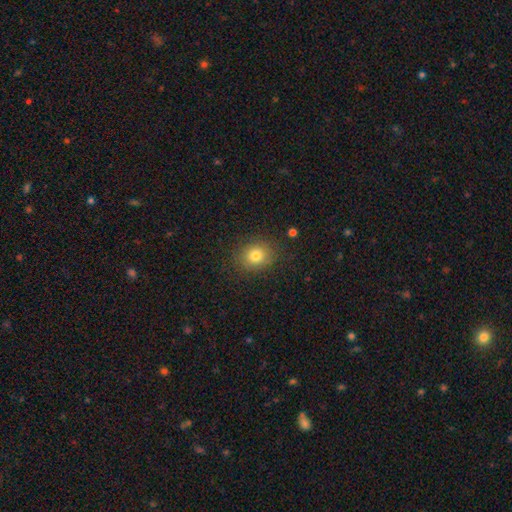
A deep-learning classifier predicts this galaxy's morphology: The model was most divided on "how rounded": round: 63%, in between: 36%, cigar-shaped: 1%. More confident: merging — none (85%); smooth or featured — smooth (79%).